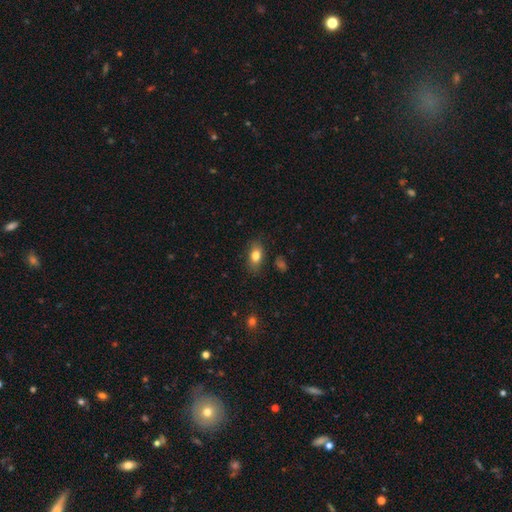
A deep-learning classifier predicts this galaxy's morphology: A smooth galaxy with no disk features (80%) that is in between round and cigar-shaped (83%).

Vote fractions:
- Smooth or featured? smooth: 80% / featured or disk: 11% / star or artifact: 9%
- How rounded? in between: 83% / round: 14% / cigar-shaped: 3%
- Merging? none: 80% / minor disturbance: 15% / major disturbance: 3% / merger: 2%